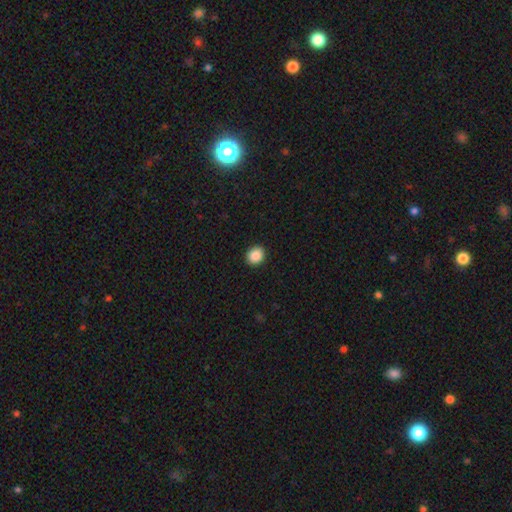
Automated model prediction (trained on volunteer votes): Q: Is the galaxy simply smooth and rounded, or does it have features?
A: smooth — 88%.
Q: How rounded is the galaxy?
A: round — 71%.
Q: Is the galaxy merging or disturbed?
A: none — 92%.